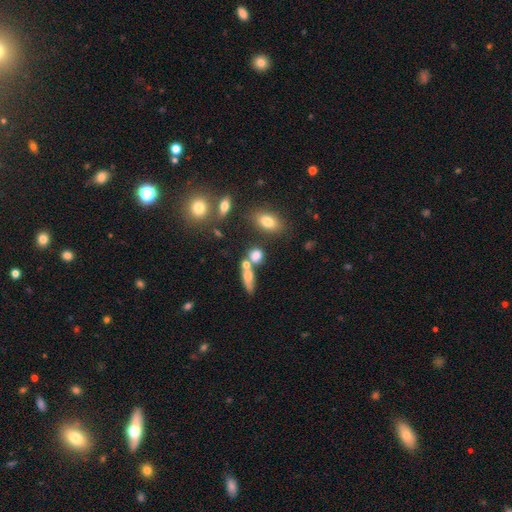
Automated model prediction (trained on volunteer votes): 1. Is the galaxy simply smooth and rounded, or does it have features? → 69% smooth, 18% featured or disk, 14% star or artifact.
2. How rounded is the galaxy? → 49% round, 38% in between, 13% cigar-shaped.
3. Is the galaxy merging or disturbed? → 49% none, 34% merger, 12% minor disturbance, 6% major disturbance.